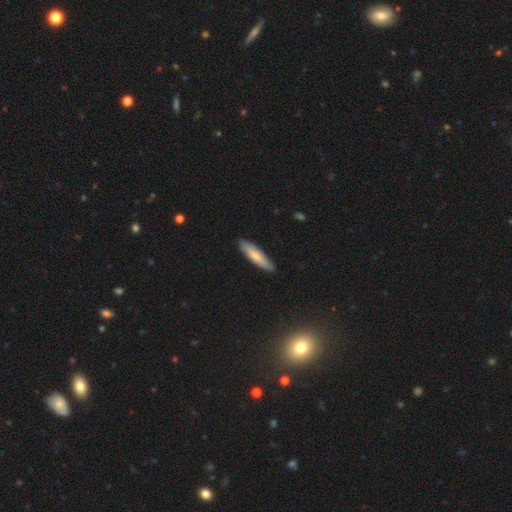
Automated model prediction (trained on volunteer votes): Smooth or featured? Predicted: smooth (p=0.72). How rounded? Predicted: cigar-shaped (p=0.77). Merging? Predicted: none (p=0.89).